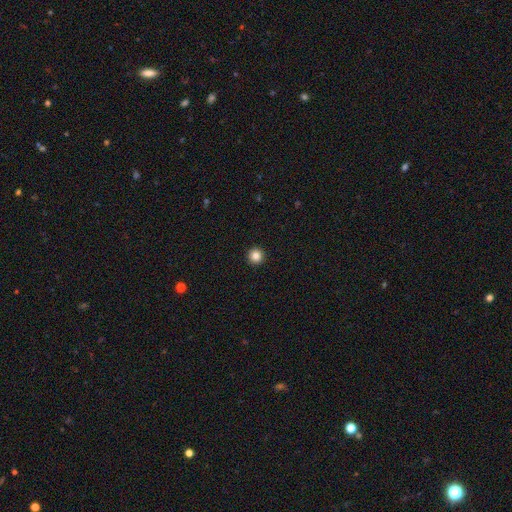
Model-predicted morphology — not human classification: A smooth galaxy with no disk features (85%) that is round (97%). Merging: none (94%).